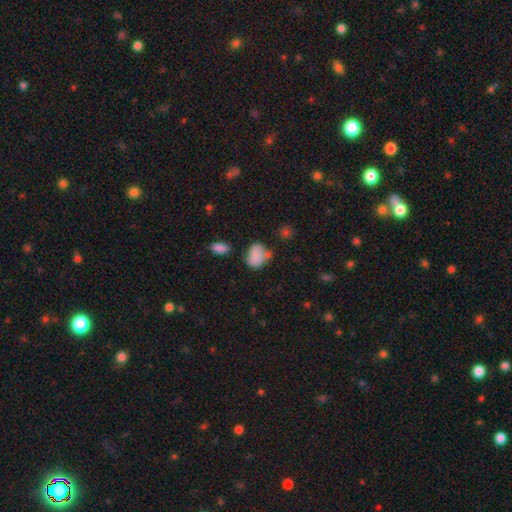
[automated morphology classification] Smooth or featured: smooth — 80% (star or artifact — 10%)
How rounded: in between — 64% (round — 35%)
Merging: none — 47% (minor disturbance — 27%)